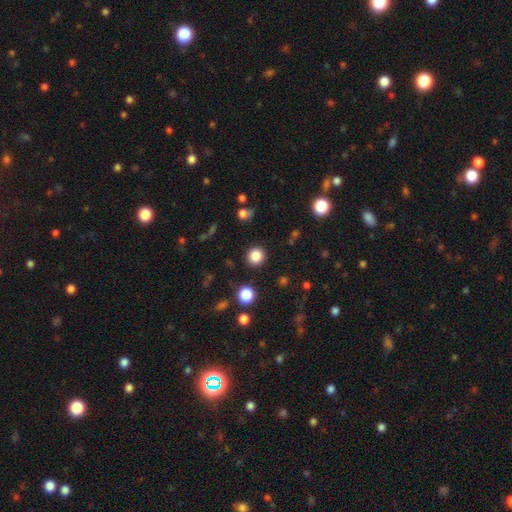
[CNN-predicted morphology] smooth_or_featured: smooth (p=0.85) [alt: star or artifact p=0.11]
how_rounded: round (p=0.91) [alt: in between p=0.08]
merging: none (p=0.90) [alt: minor disturbance p=0.05]